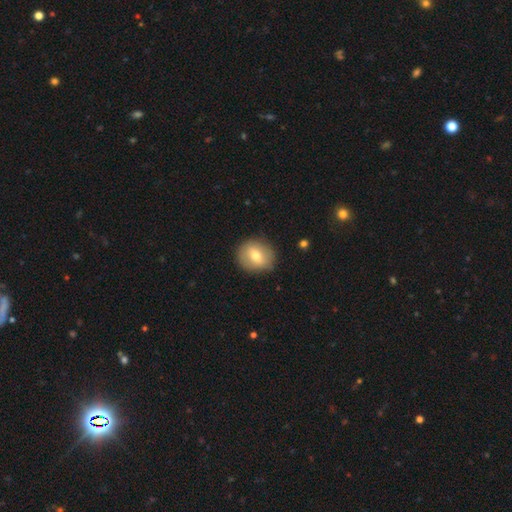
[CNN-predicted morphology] This is likely a smooth galaxy (66%). How rounded: likely round (72%). Merging: clearly none (85%).